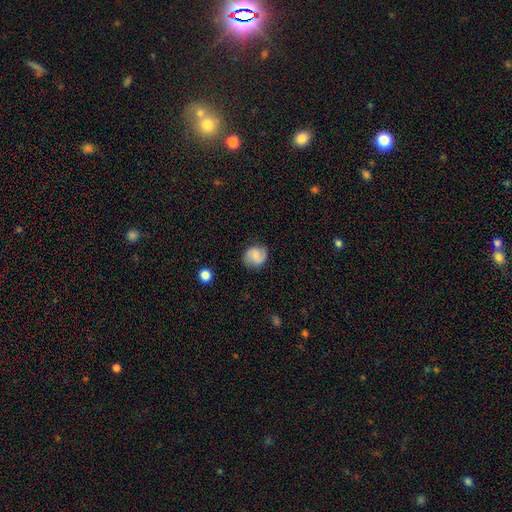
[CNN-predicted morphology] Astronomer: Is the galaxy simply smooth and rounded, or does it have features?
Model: smooth — 46%, tied with featured or disk at 46%.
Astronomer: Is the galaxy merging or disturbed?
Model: none — 82%.